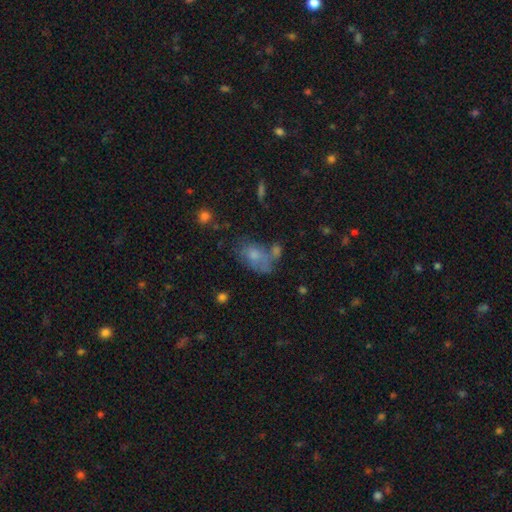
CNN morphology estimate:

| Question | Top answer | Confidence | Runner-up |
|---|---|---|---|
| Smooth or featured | smooth | 66% | featured or disk (23%) |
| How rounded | in between | 85% | round (13%) |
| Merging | none | 41% | minor disturbance (25%) |